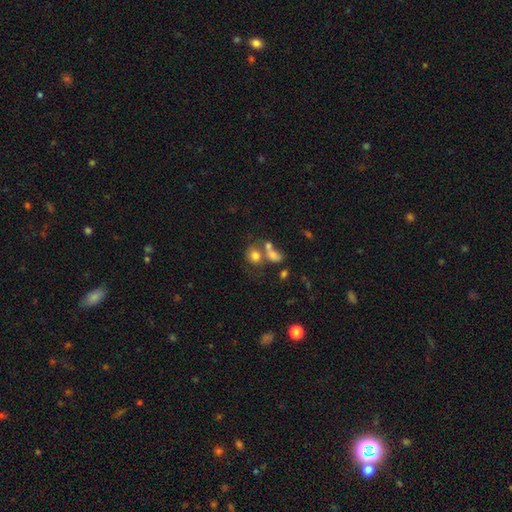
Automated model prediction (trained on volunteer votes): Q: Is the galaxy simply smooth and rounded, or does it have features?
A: smooth — 74%.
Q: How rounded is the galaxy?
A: round — 59%.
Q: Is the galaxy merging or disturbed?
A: none — 40%, tied with merger.